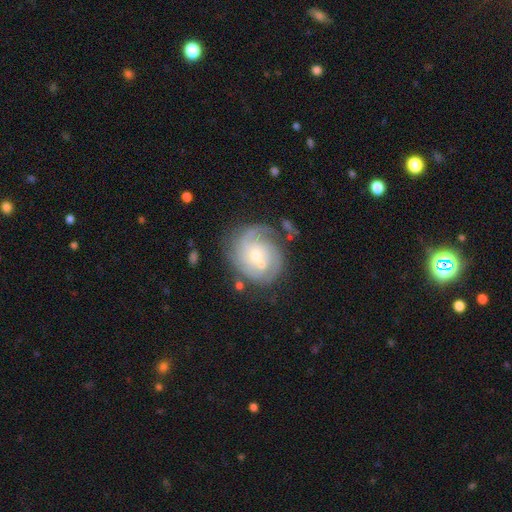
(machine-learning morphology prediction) A featured or disk galaxy (78%) with no bar (74%), tight (62%) spiral arms (92%) and a small central bulge (53%). Merging: none (59%).